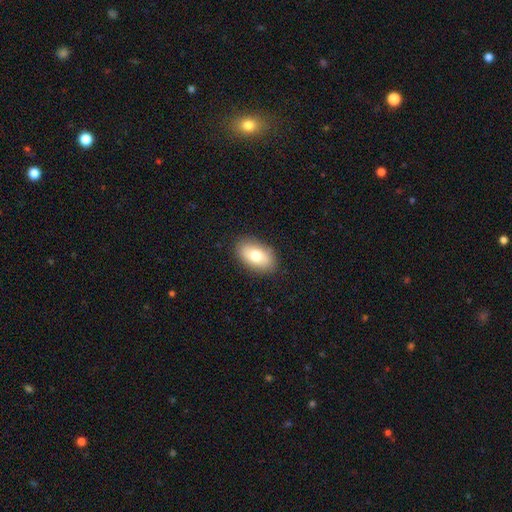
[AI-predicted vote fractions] A smooth galaxy with no disk features (76%) that is in between round and cigar-shaped (92%). Merging: none (87%).